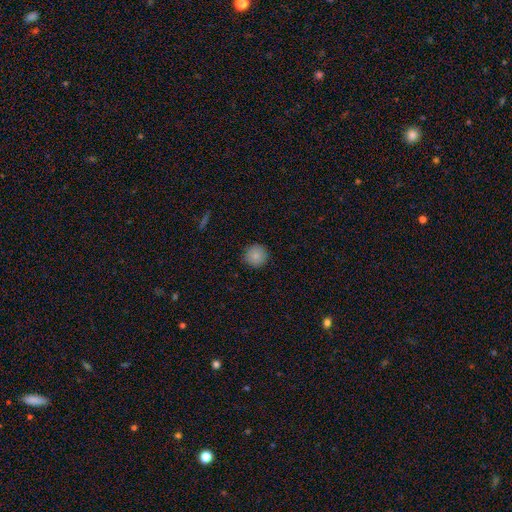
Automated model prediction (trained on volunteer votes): This appears to be a smooth galaxy with no disk features (86%) that is round (96%). Merging: none (92%).